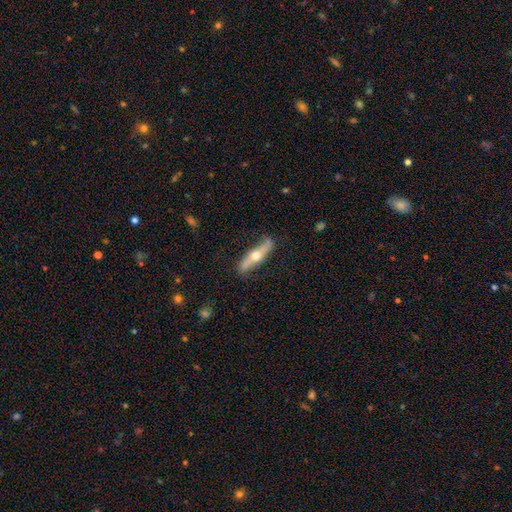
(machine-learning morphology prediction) This is likely a featured or disk galaxy (62%). It is clearly viewed edge-on (80%). Edge-on bulge: clearly rounded (94%). Merging: clearly none (81%).